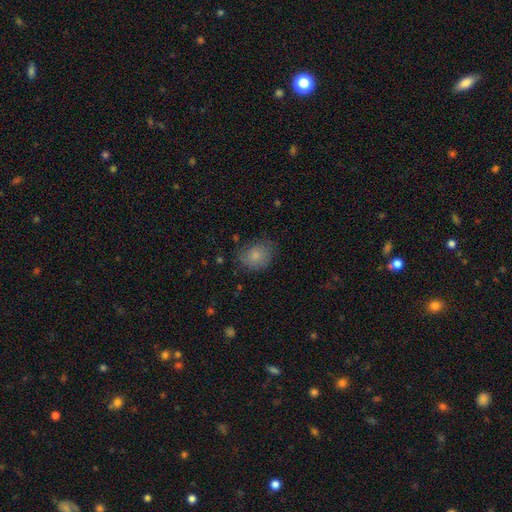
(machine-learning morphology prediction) This is likely a smooth galaxy (77%). How rounded: possibly in between (51%). Merging: likely none (65%).